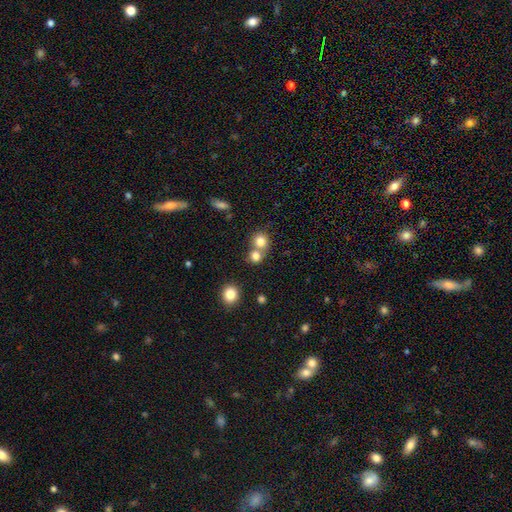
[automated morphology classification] smooth_or_featured: smooth (p=0.79) [alt: star or artifact p=0.13]
how_rounded: round (p=0.84) [alt: in between p=0.15]
merging: none (p=0.48) [alt: merger p=0.43]